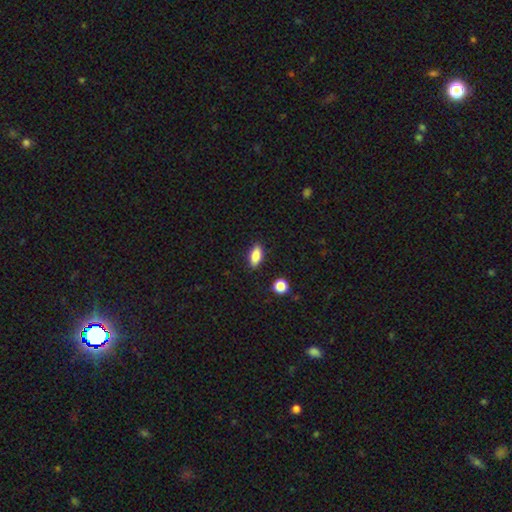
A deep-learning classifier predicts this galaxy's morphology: Q: Smooth or featured?
A: smooth (84%); runner-up: featured or disk (8%)
Q: How rounded?
A: in between (82%); runner-up: cigar-shaped (14%)
Q: Merging?
A: none (87%); runner-up: minor disturbance (9%)